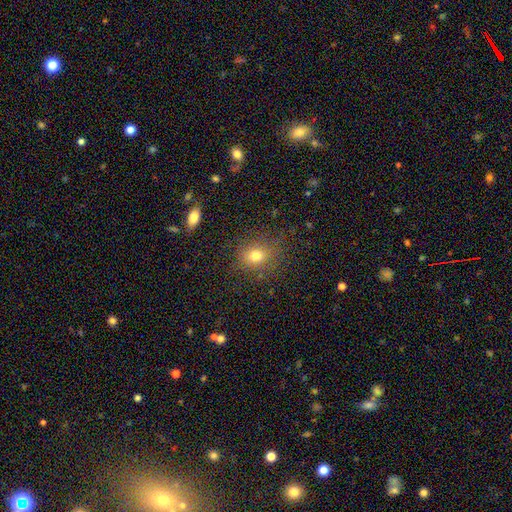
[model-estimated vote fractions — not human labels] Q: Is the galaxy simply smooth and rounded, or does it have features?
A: smooth — 75%.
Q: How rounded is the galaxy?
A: round — 62%.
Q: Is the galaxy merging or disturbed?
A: none — 81%.